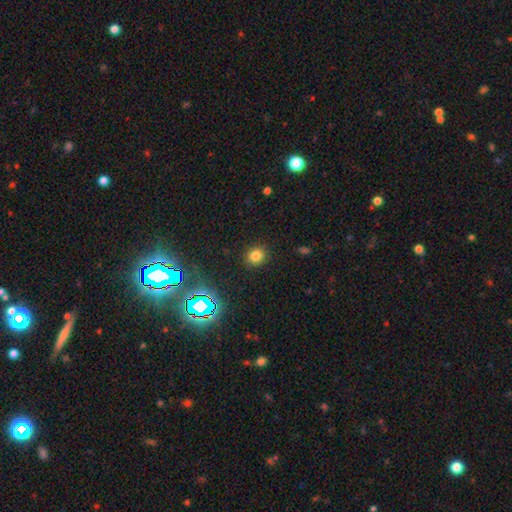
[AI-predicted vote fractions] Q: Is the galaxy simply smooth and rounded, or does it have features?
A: smooth — 77%.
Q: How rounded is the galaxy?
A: round — 78%.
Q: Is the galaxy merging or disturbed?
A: none — 89%.